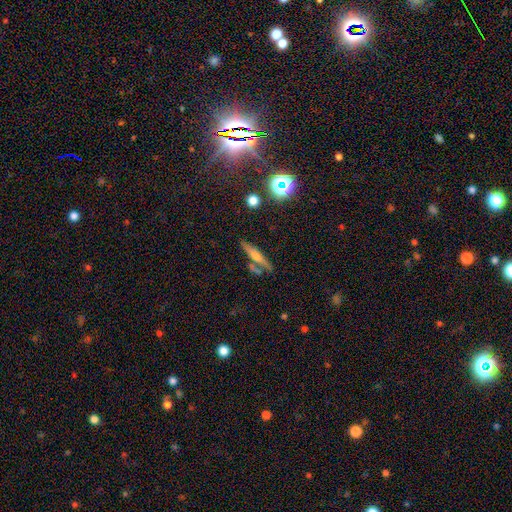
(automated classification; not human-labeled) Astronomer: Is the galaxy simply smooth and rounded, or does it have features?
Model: featured or disk — 47% (runner-up: smooth, 39%).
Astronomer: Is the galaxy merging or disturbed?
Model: none — 71%.